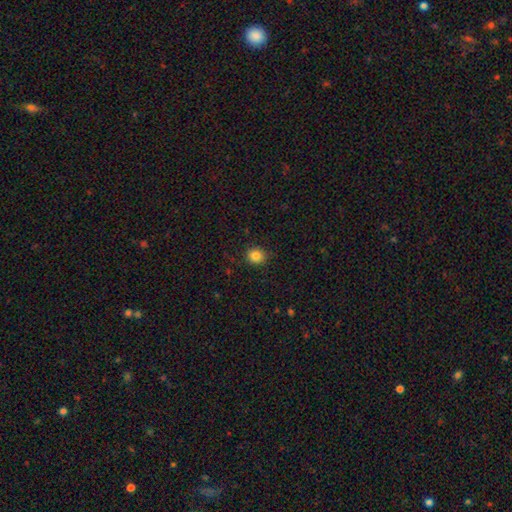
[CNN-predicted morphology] Smooth or featured: smooth — 84% (star or artifact — 11%)
How rounded: round — 80% (in between — 19%)
Merging: none — 89% (minor disturbance — 8%)